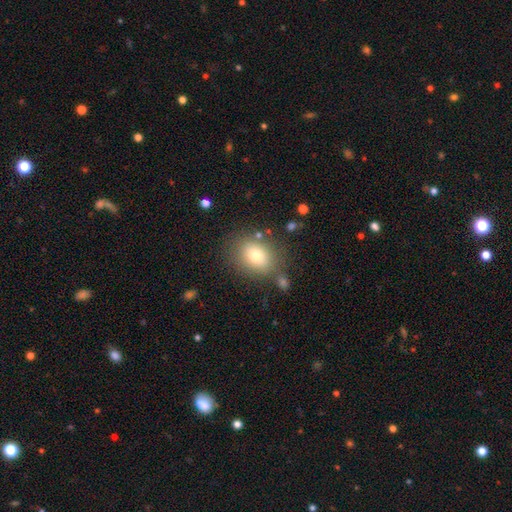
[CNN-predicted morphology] type=smooth (75%); roundness=in between (51%); merging=none (76%).